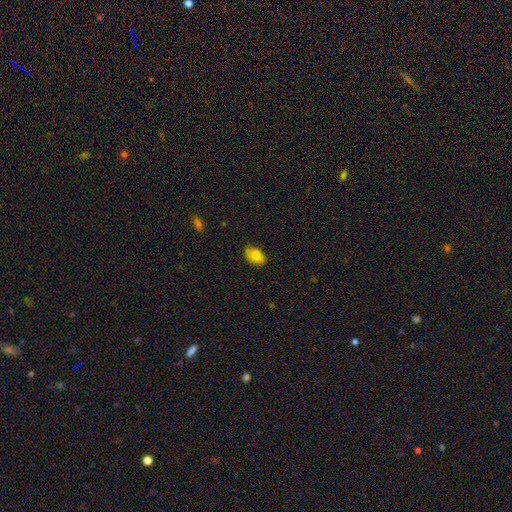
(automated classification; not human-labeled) smooth-or-featured: smooth: 81% | featured or disk: 11% | star or artifact: 8%
  how-rounded: in between: 89% | round: 9% | cigar-shaped: 1%
  merging: none: 77% | minor disturbance: 19% | major disturbance: 3% | merger: 1%